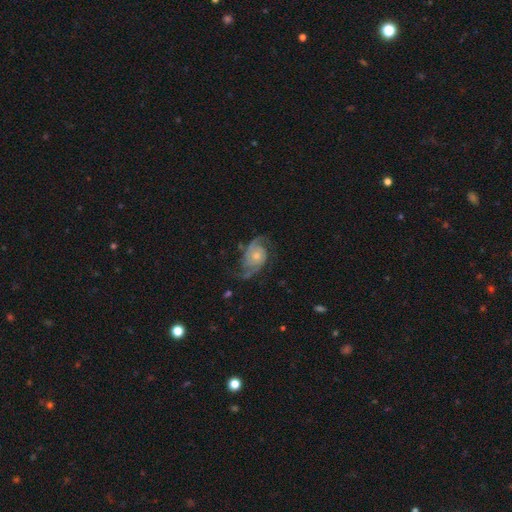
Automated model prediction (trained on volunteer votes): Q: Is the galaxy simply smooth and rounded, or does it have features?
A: featured or disk — 84%.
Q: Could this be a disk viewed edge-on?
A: no — 97%.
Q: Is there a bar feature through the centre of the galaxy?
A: no — 75%.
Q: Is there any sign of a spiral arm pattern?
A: yes — 95%.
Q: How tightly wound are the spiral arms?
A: medium — 44%.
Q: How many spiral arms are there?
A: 2 — 84%.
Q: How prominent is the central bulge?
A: small — 47%.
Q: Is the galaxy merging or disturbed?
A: none — 61%.